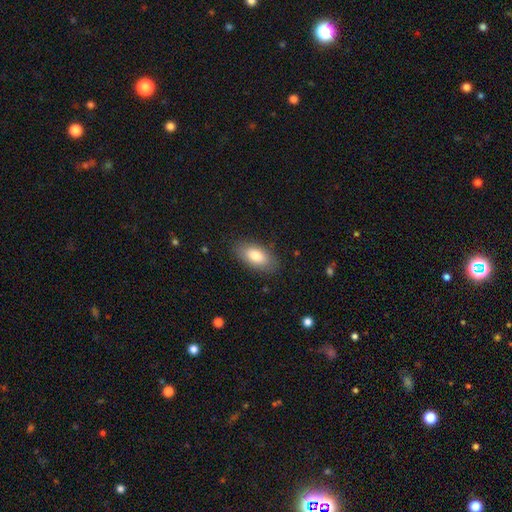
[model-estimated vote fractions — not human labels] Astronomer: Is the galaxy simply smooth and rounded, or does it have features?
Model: smooth — 80%.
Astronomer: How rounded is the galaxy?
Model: in between — 91%.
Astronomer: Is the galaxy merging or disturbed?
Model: none — 84%.